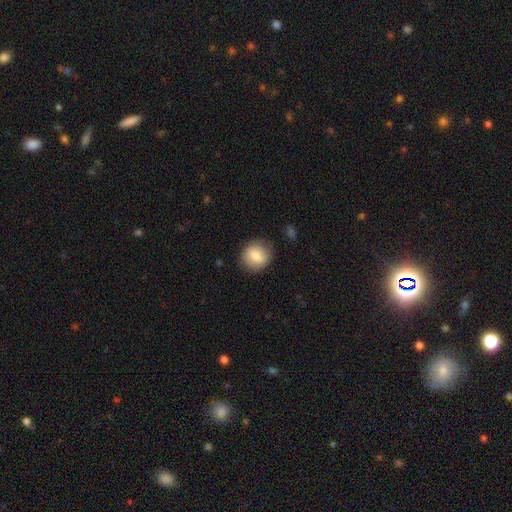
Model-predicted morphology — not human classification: Q: Smooth or featured?
A: smooth (80%); runner-up: featured or disk (12%)
Q: How rounded?
A: round (84%); runner-up: in between (15%)
Q: Merging?
A: none (84%); runner-up: minor disturbance (11%)